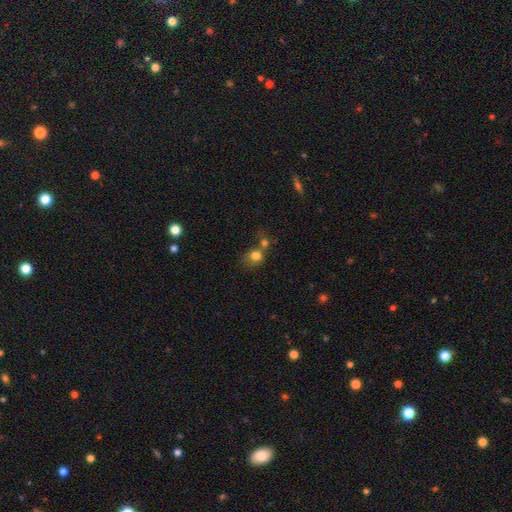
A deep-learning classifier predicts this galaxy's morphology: Smooth or featured: smooth — 78% (star or artifact — 12%)
How rounded: round — 69% (in between — 30%)
Merging: merger — 47% (none — 34%)